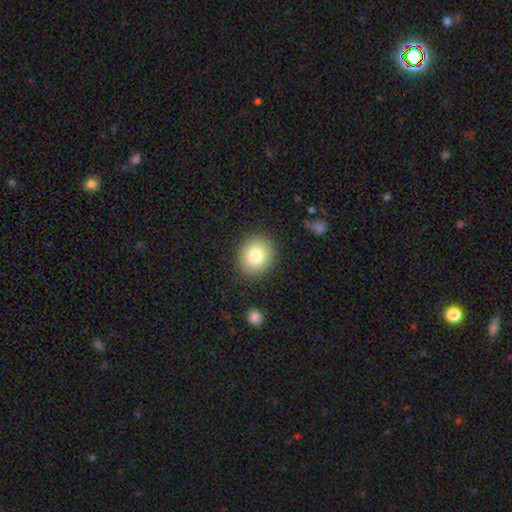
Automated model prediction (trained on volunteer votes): Smooth or featured? smooth (80%)
How rounded? round (78%)
Merging? none (88%)